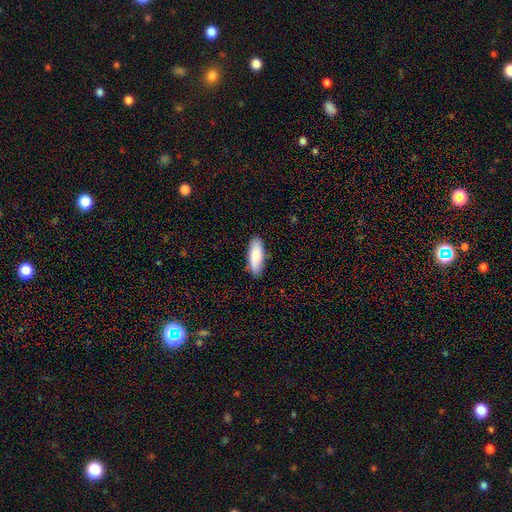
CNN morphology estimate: smooth-or-featured: smooth: 82% | featured or disk: 12% | star or artifact: 6%
  how-rounded: in between: 67% | cigar-shaped: 31% | round: 2%
  merging: none: 86% | minor disturbance: 11% | major disturbance: 2% | merger: 1%